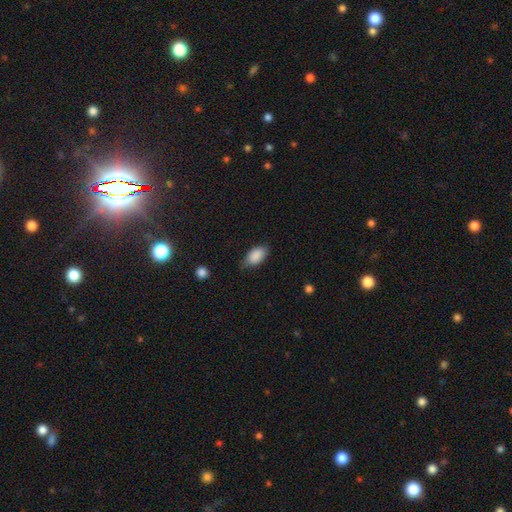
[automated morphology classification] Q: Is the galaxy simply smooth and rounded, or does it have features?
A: smooth — 87%.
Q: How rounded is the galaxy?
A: in between — 92%.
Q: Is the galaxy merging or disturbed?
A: none — 66%.